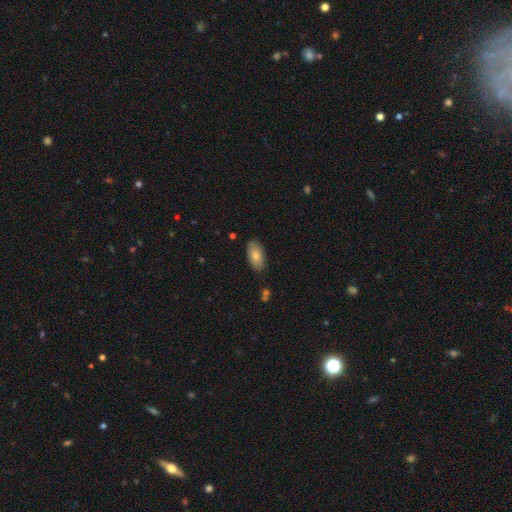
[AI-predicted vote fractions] Q: Smooth or featured?
A: smooth (81%); runner-up: featured or disk (13%)
Q: How rounded?
A: in between (92%); runner-up: cigar-shaped (6%)
Q: Merging?
A: none (84%); runner-up: minor disturbance (12%)